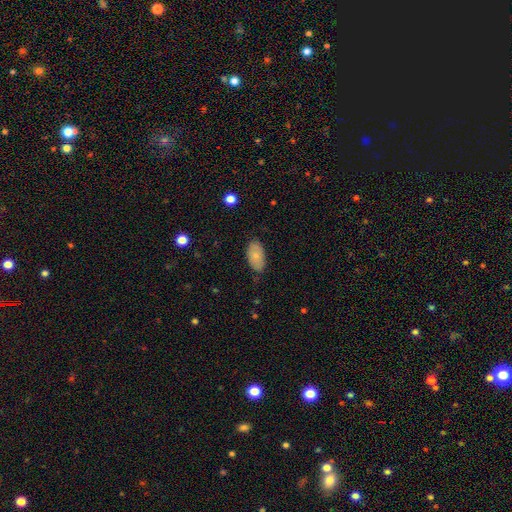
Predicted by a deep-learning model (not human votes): Smooth or featured: smooth — 78% (featured or disk — 15%)
How rounded: in between — 94% (round — 4%)
Merging: none — 78% (minor disturbance — 18%)